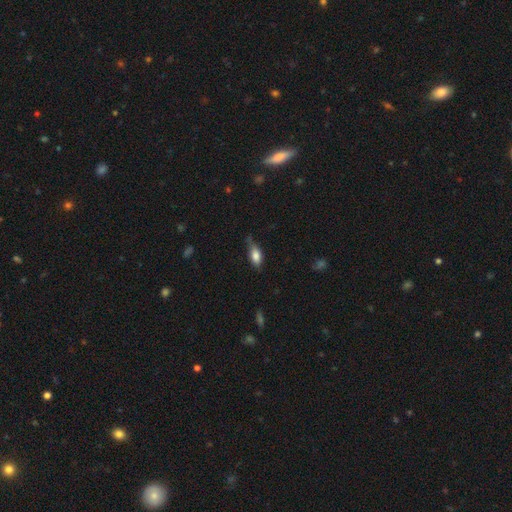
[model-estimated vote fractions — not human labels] Q: Smooth or featured?
A: smooth (79%); runner-up: featured or disk (13%)
Q: How rounded?
A: in between (83%); runner-up: cigar-shaped (13%)
Q: Merging?
A: none (51%); runner-up: minor disturbance (36%)